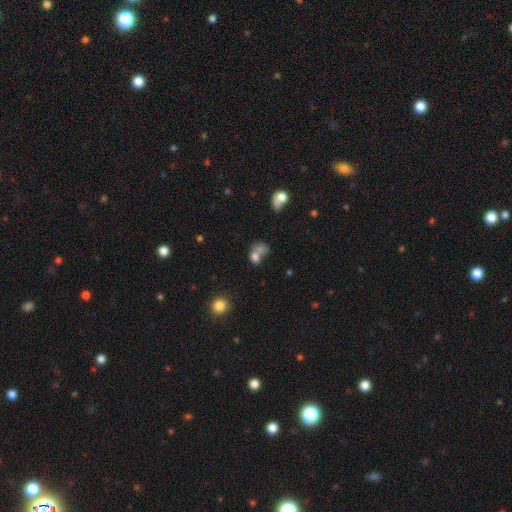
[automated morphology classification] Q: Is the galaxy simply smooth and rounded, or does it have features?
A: smooth — 72%.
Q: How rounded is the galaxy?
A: in between — 52%.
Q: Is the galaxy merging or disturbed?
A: merger — 58%.